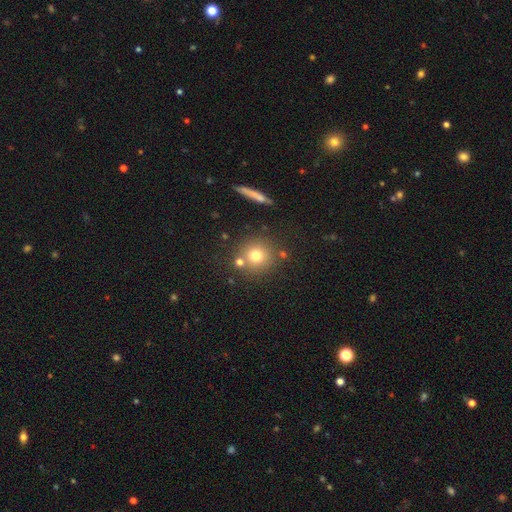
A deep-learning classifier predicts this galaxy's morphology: This appears to be a smooth galaxy with no disk features (74%) that is round (93%). Merging: none (75%).